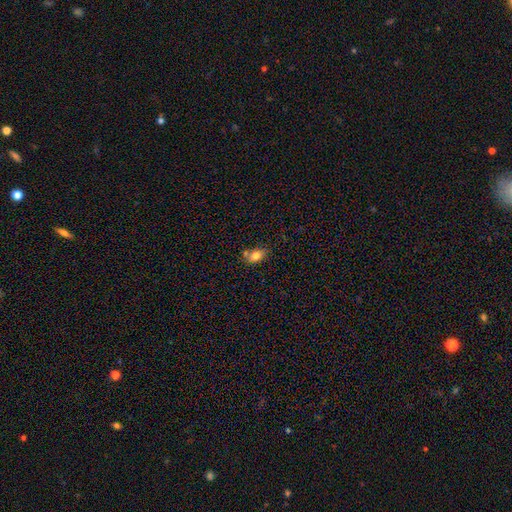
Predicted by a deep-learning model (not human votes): This is clearly a smooth galaxy (80%). How rounded: likely in between (79%). Merging: possibly none (53%).